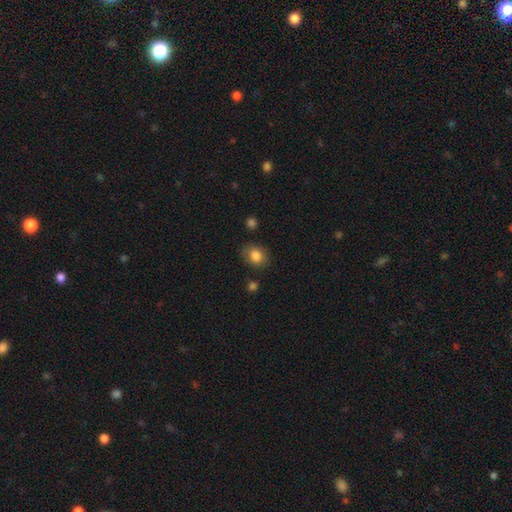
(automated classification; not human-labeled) Smooth or featured: smooth — 84% (star or artifact — 9%)
How rounded: round — 53% (in between — 46%)
Merging: none — 79% (minor disturbance — 14%)